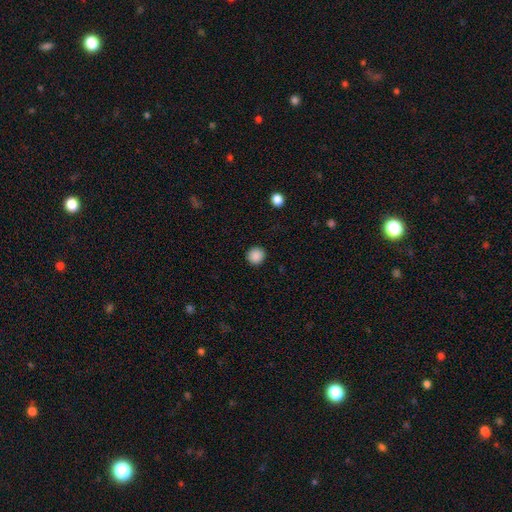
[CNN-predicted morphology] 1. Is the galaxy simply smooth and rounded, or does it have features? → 88% smooth, 10% star or artifact, 2% featured or disk.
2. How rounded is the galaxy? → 93% round, 6% in between, 1% cigar-shaped.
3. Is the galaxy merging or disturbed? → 92% none, 5% minor disturbance, 2% major disturbance, 1% merger.